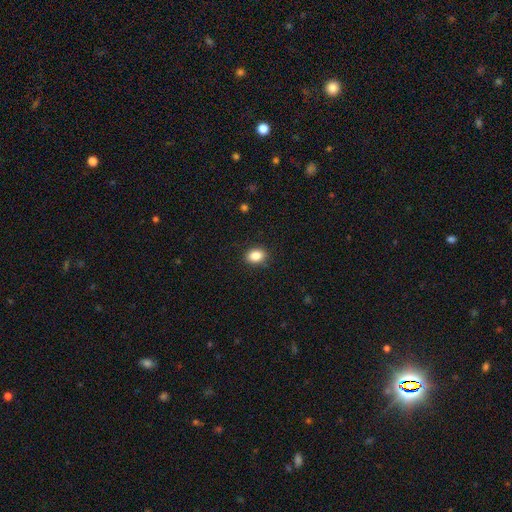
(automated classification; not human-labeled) A smooth galaxy with no disk features (86%) that is in between round and cigar-shaped (70%). Merging: none (89%).